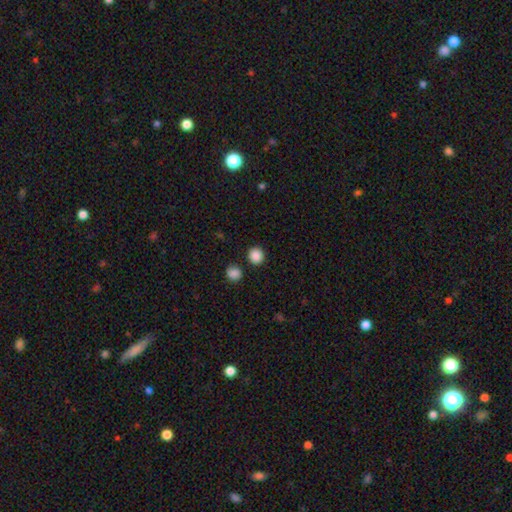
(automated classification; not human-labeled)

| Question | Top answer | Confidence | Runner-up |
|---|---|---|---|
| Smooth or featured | smooth | 87% | star or artifact (10%) |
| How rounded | round | 90% | in between (9%) |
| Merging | none | 87% | minor disturbance (6%) |